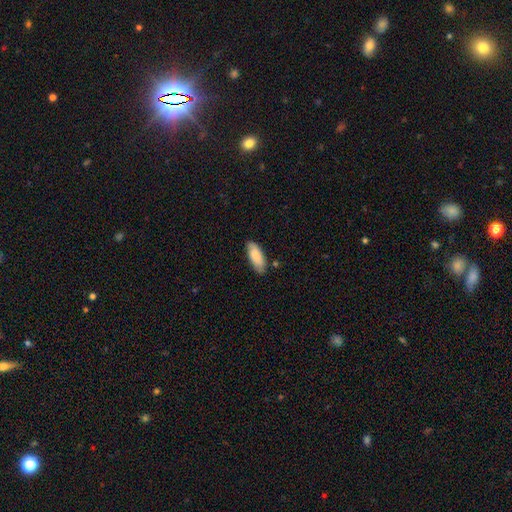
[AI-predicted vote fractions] smooth-or-featured: smooth: 81% | featured or disk: 13% | star or artifact: 6%
  how-rounded: in between: 78% | cigar-shaped: 20% | round: 2%
  merging: none: 77% | minor disturbance: 17% | major disturbance: 3% | merger: 2%